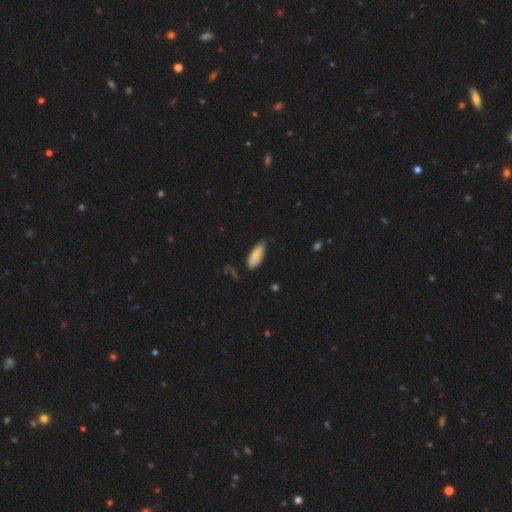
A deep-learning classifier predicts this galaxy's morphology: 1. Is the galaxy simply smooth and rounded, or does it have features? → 83% smooth, 11% featured or disk, 6% star or artifact.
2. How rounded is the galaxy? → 81% in between, 17% cigar-shaped, 2% round.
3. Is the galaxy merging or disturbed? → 67% none, 26% minor disturbance, 5% major disturbance, 2% merger.